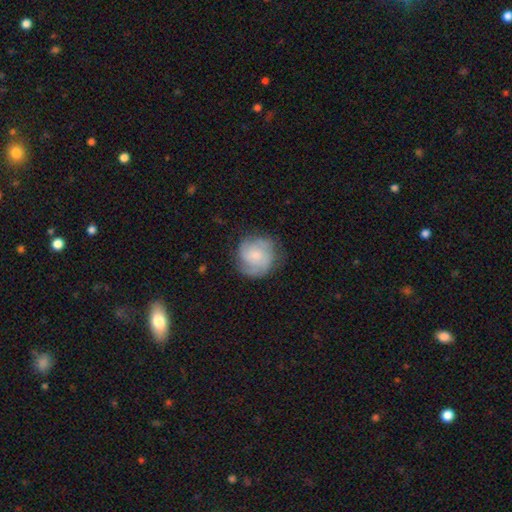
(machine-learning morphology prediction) This appears to be a featured or disk galaxy (57%) with no bar (72%), 3 (34%) tight (47%) spiral arms (91%) and a small central bulge (52%). Merging: none (73%).